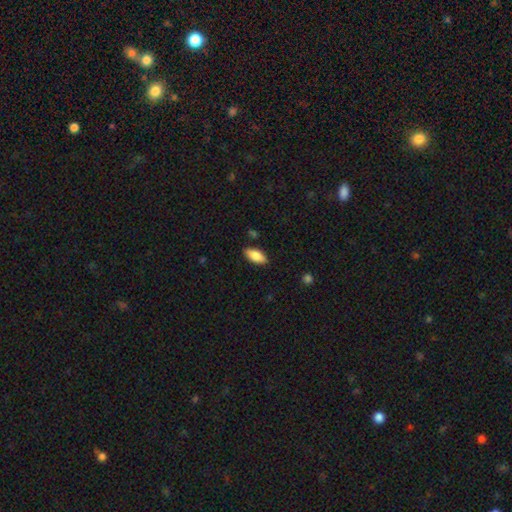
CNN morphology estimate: This appears to be a smooth galaxy with no disk features (85%) that is in between round and cigar-shaped (88%). Merging: none (86%).